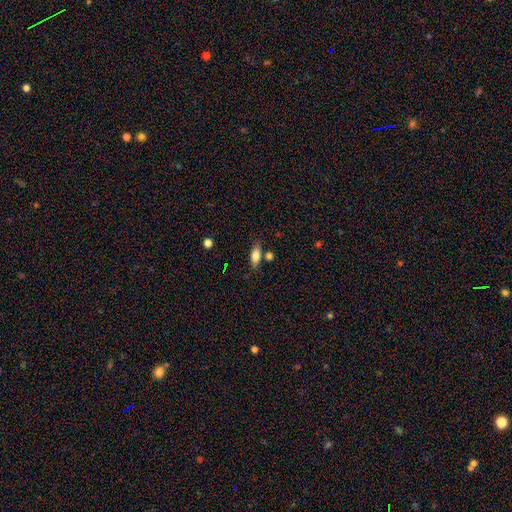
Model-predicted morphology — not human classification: A smooth galaxy with no disk features (78%) that is in between round and cigar-shaped (80%). Merging: none (71%).